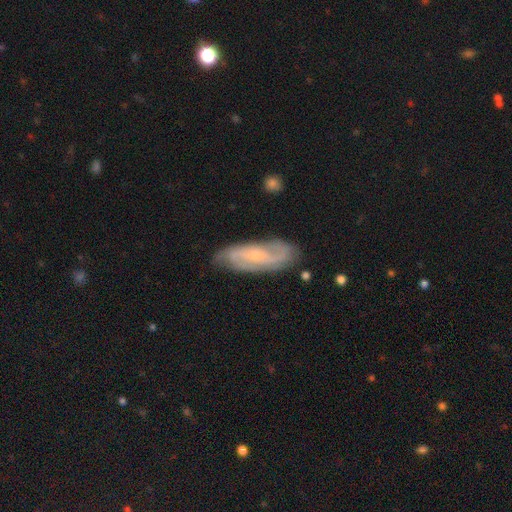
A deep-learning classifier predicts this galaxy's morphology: This appears to be a featured or disk galaxy (72%) with no bar (48%), 2 (59%) medium (43%) spiral arms (93%) and a small central bulge (66%). Merging: none (78%).